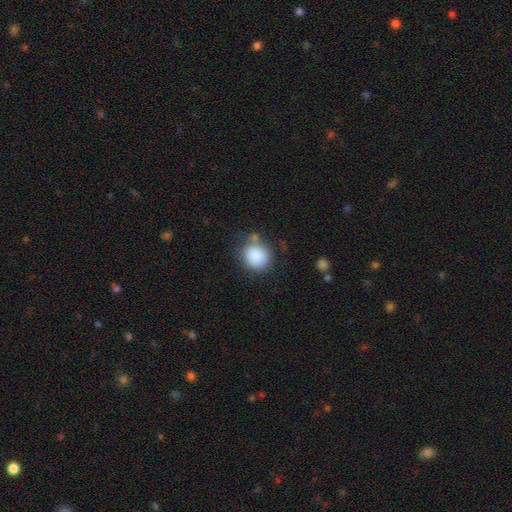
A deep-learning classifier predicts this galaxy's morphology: Smooth or featured? Predicted: smooth (p=0.88). How rounded? Predicted: round (p=0.76). Merging? Predicted: none (p=0.67).